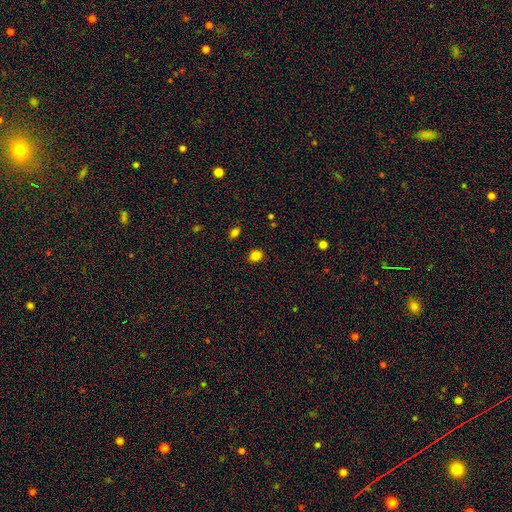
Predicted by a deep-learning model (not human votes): A smooth galaxy with no disk features (83%) that is round (66%).

Vote fractions:
- Smooth or featured? smooth: 83% / star or artifact: 13% / featured or disk: 4%
- How rounded? round: 66% / in between: 33% / cigar-shaped: 1%
- Merging? none: 88% / minor disturbance: 8% / major disturbance: 2% / merger: 2%